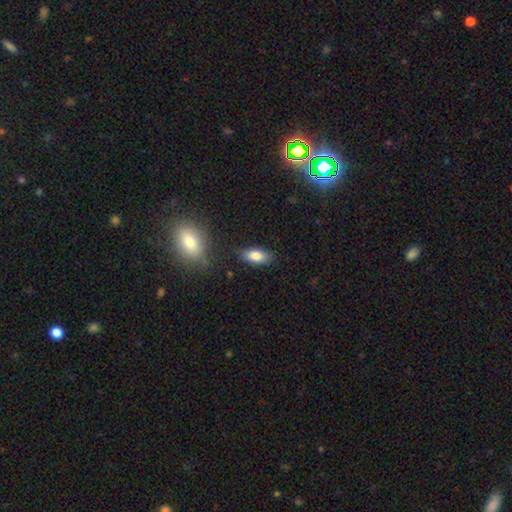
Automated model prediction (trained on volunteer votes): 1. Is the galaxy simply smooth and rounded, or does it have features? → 83% smooth, 10% featured or disk, 7% star or artifact.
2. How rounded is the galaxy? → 89% in between, 8% cigar-shaped, 3% round.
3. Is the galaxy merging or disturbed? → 79% none, 15% minor disturbance, 3% major disturbance, 2% merger.